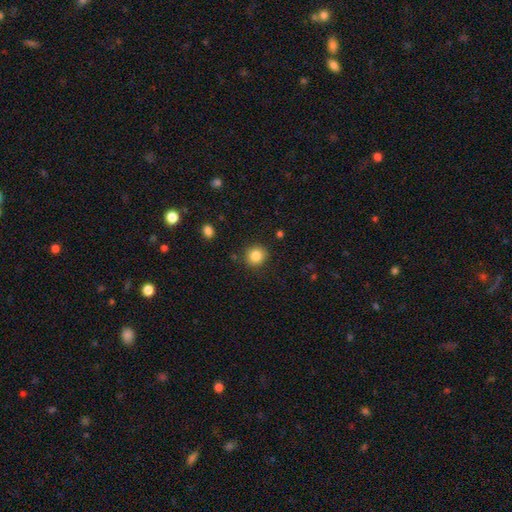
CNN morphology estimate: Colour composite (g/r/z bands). It shows a smooth galaxy with no disk features (84%) that is round (90%). Merging: none (89%).